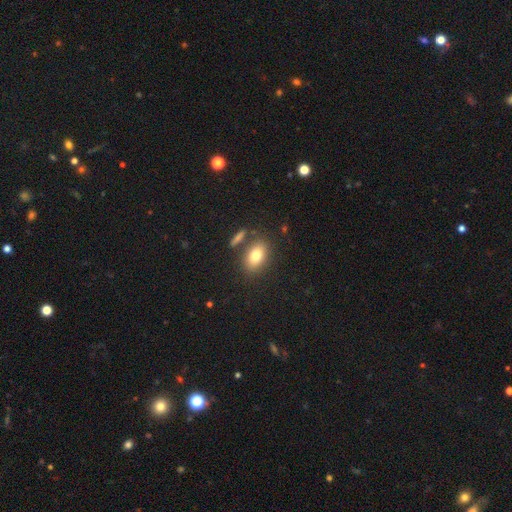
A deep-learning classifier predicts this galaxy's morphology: Smooth or featured? smooth (78%)
How rounded? in between (83%)
Merging? none (74%)